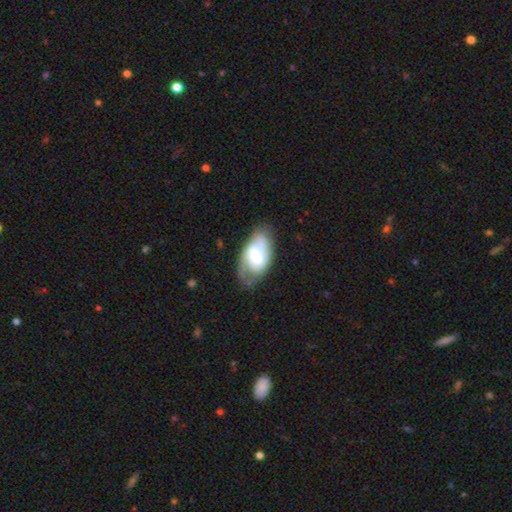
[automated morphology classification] Smooth or featured? featured or disk (64%)
Edge-on disk? no (95%)
Bar? weak (51%)
Spiral arms? yes (82%)
Bulge size? moderate (50%)
Merging? none (61%)